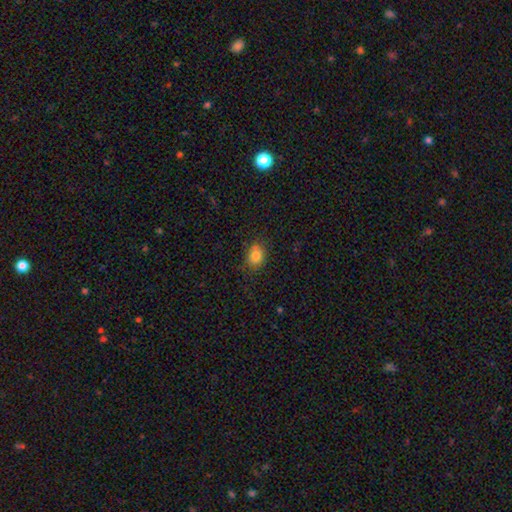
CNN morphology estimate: smooth-or-featured: smooth: 82% | star or artifact: 11% | featured or disk: 7%
  how-rounded: in between: 57% | round: 42% | cigar-shaped: 1%
  merging: none: 71% | minor disturbance: 19% | major disturbance: 5% | merger: 4%